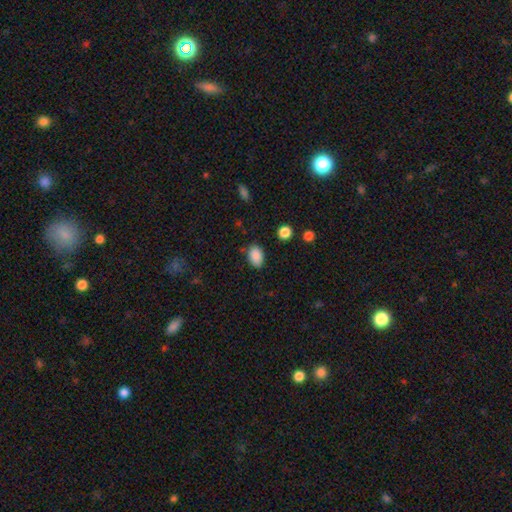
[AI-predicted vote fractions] A smooth galaxy with no disk features (88%) that is in between round and cigar-shaped (87%).

Vote fractions:
- Smooth or featured? smooth: 88% / star or artifact: 8% / featured or disk: 4%
- How rounded? in between: 87% / round: 12% / cigar-shaped: 1%
- Merging? none: 81% / minor disturbance: 13% / major disturbance: 3% / merger: 3%